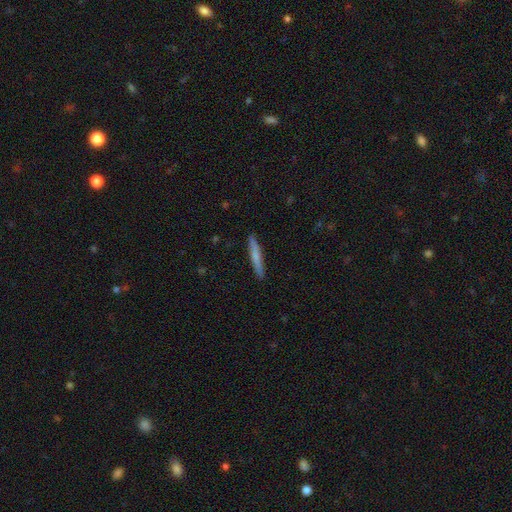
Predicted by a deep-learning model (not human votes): Morphology: type=smooth (64%); roundness=cigar-shaped (95%); merging=none (90%).